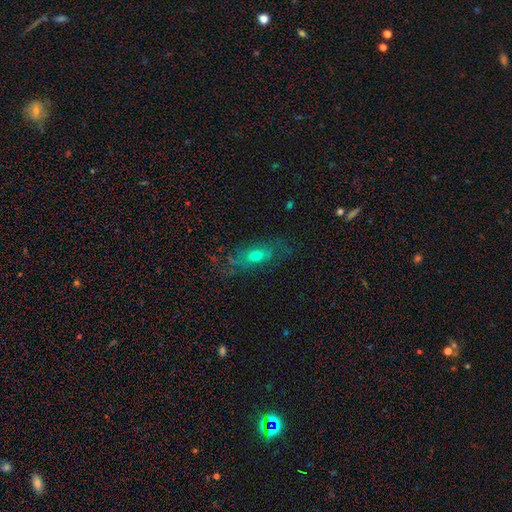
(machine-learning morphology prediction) The model was most divided on "smooth or featured": featured or disk: 46%, smooth: 33%, star or artifact: 21%. More confident: merging — none (76%).